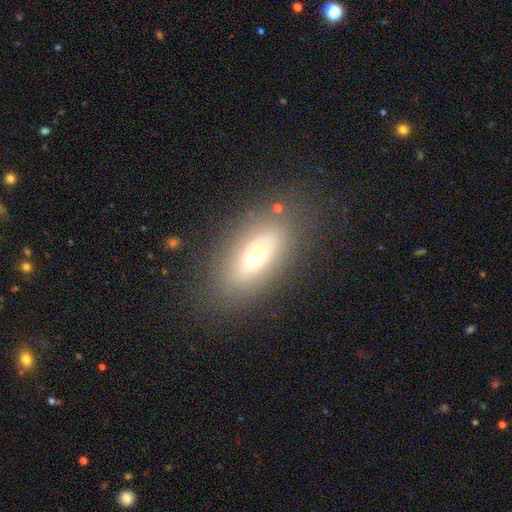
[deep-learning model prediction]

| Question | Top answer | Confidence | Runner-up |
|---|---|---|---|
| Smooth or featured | smooth | 58% | featured or disk (31%) |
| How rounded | in between | 79% | cigar-shaped (14%) |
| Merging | none | 79% | minor disturbance (13%) |